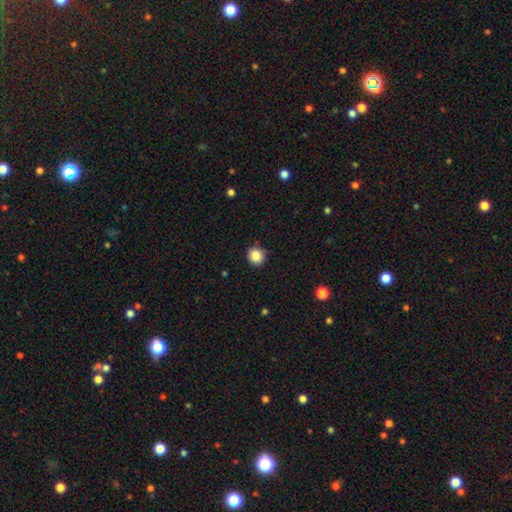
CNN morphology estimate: This appears to be a smooth galaxy with no disk features (86%) that is round (90%). Merging: none (90%).